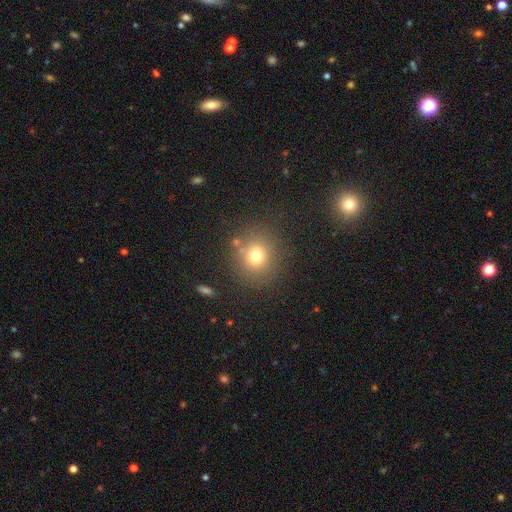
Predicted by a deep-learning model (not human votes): smooth-or-featured: smooth: 72% | star or artifact: 17% | featured or disk: 11%
  how-rounded: round: 85% | in between: 14% | cigar-shaped: 1%
  merging: none: 81% | minor disturbance: 9% | merger: 5% | major disturbance: 4%